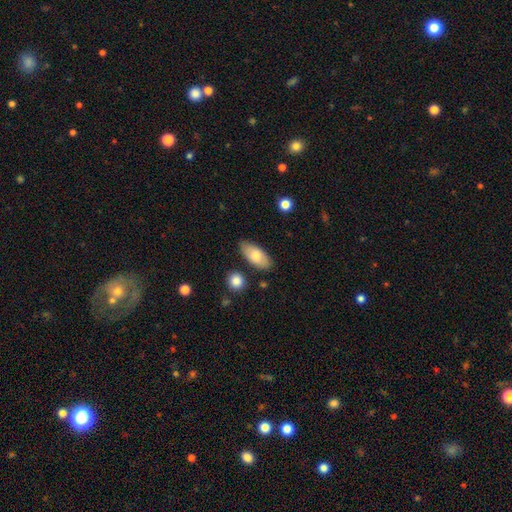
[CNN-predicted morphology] A smooth galaxy with no disk features (74%) that is in between round and cigar-shaped (89%).

Vote fractions:
- Smooth or featured? smooth: 74% / featured or disk: 20% / star or artifact: 6%
- How rounded? in between: 89% / cigar-shaped: 8% / round: 3%
- Merging? none: 82% / minor disturbance: 12% / merger: 4% / major disturbance: 2%